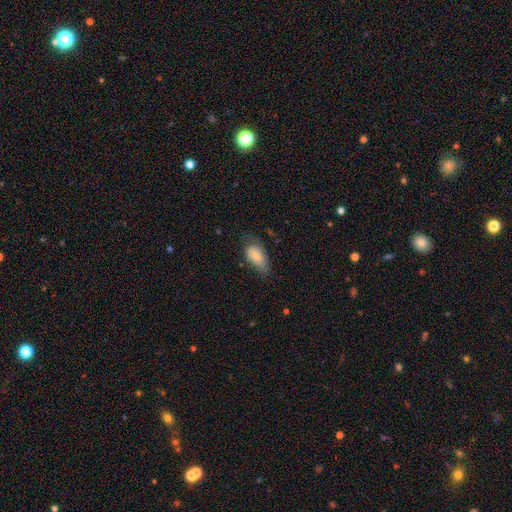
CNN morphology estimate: The model was most divided on "merging": none: 47%, minor disturbance: 37%, major disturbance: 15%, merger: 2%. More confident: how rounded — in between (92%); smooth or featured — smooth (74%).